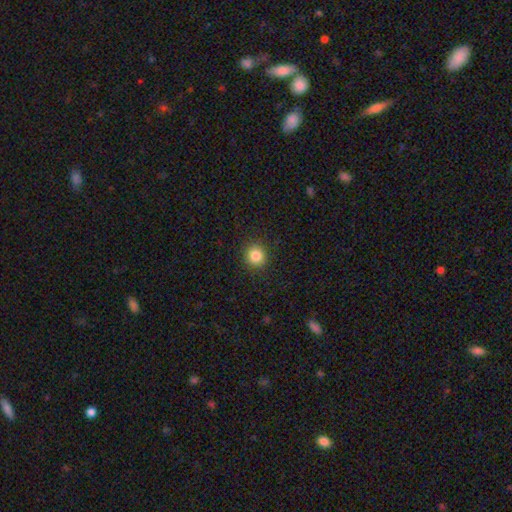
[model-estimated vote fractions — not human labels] Morphology: type=smooth (84%); roundness=round (92%); merging=none (91%).